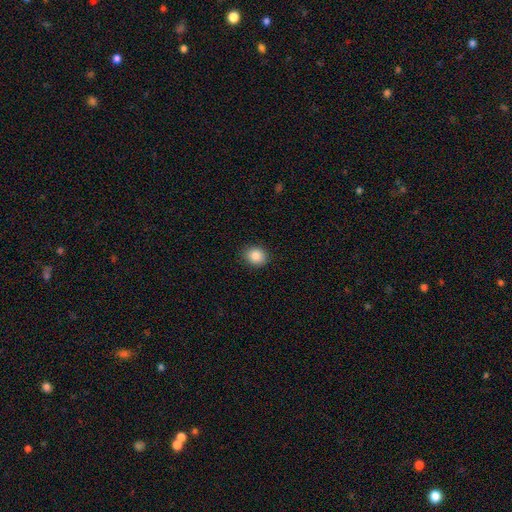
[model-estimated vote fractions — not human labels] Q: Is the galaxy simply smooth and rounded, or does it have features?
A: smooth — 86%.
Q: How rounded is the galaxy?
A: round — 69%.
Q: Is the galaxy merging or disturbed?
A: none — 90%.